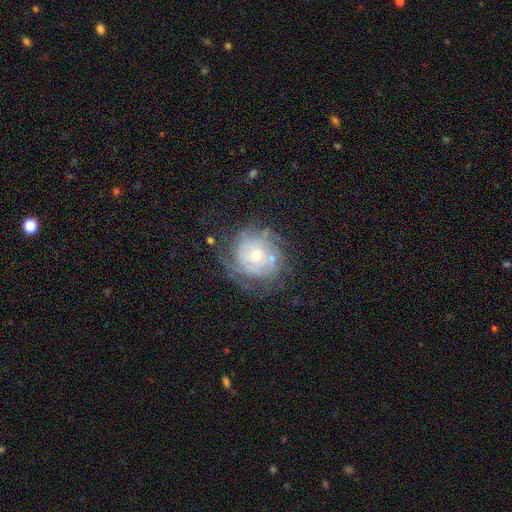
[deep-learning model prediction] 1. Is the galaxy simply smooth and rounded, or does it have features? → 77% featured or disk, 15% smooth, 8% star or artifact.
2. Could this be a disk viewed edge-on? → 97% no, 3% yes.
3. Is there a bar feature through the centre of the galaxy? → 78% no, 18% weak, 4% strong.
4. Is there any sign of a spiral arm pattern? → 87% yes, 13% no.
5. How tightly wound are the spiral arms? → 69% tight, 23% medium, 8% loose.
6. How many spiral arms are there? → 50% can't tell, 17% 2, 13% 3, 9% 4, 6% 1, 5% more than 4.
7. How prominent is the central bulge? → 64% small, 30% moderate, 3% large, 2% none, 1% dominant.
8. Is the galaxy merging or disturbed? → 62% none, 20% minor disturbance, 15% major disturbance, 3% merger.